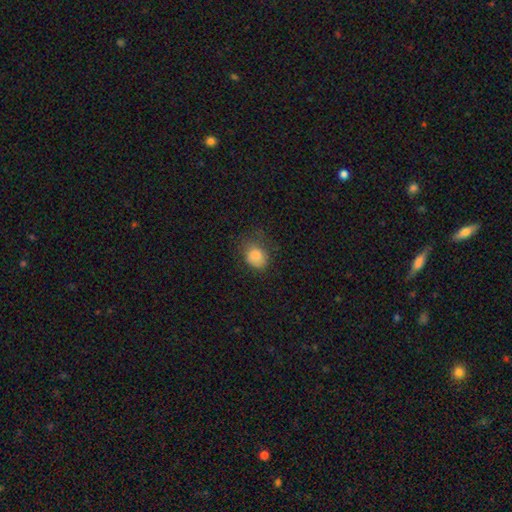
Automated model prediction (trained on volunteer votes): The model was most divided on "how rounded": round: 54%, in between: 45%, cigar-shaped: 1%. More confident: smooth or featured — smooth (82%); merging — none (54%).